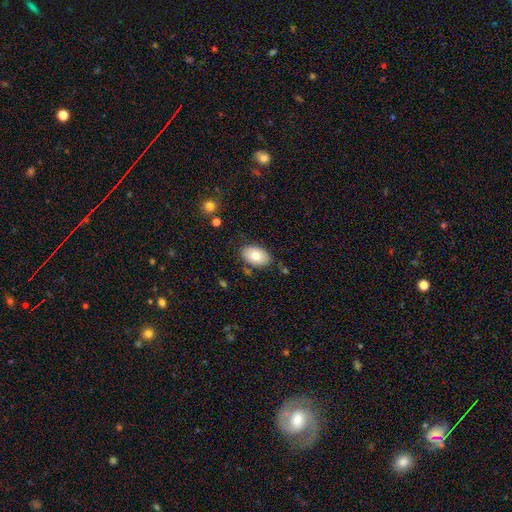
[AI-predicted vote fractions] This is likely a smooth galaxy (79%). How rounded: clearly in between (90%). Merging: likely none (79%).